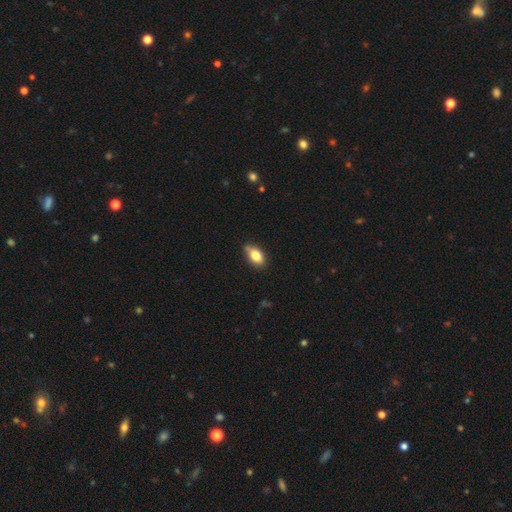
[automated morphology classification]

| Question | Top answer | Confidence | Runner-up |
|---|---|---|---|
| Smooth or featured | smooth | 81% | featured or disk (11%) |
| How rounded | in between | 89% | round (8%) |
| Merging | none | 72% | minor disturbance (22%) |